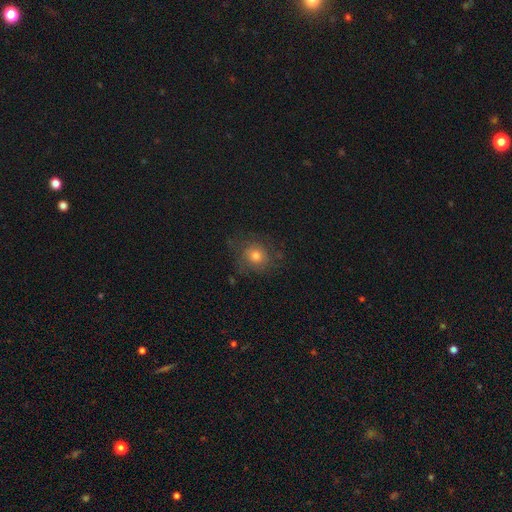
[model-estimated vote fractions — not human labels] This appears to be a smooth galaxy with no disk features (56%) that is round (81%). Merging: none (68%).